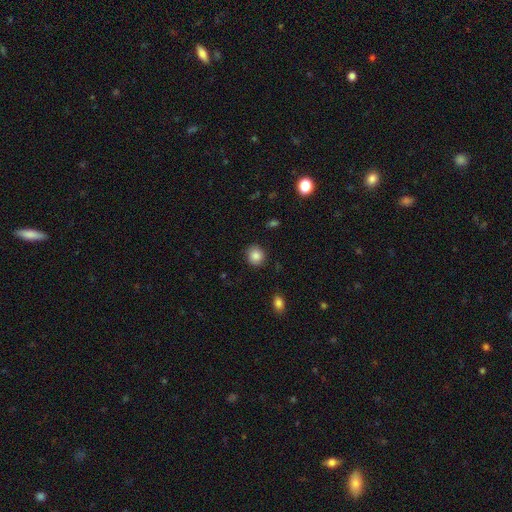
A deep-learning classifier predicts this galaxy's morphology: Overall: smooth (87%). How rounded: round (87%). Merging: none (88%).